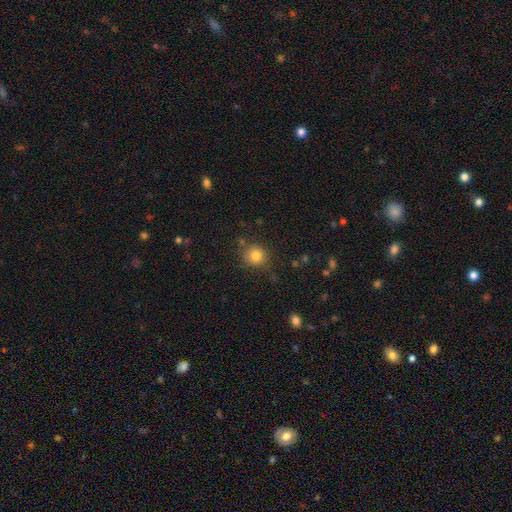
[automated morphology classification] smooth 82%, star or artifact 12%, featured or disk 6%. Down the decision tree: how rounded — round (91%); merging — none (82%).